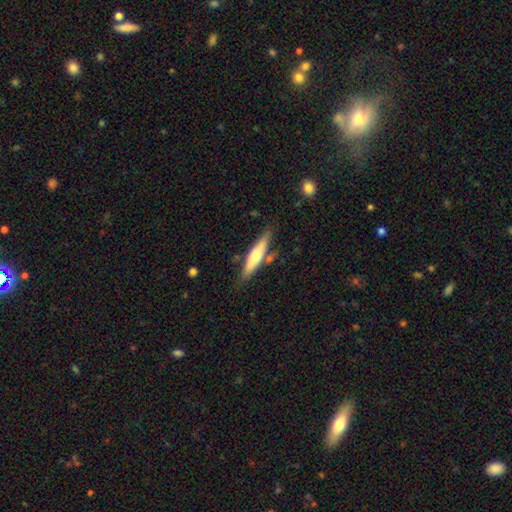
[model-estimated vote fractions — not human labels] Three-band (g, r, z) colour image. It shows a smooth galaxy with no disk features (53%) that is cigar-shaped (80%). Merging: none (76%).